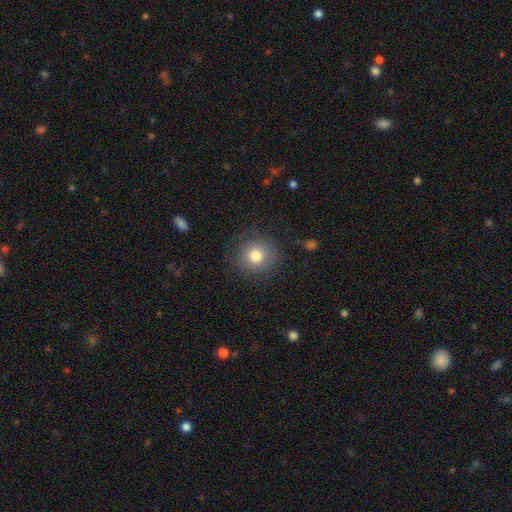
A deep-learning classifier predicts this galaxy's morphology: The model was most divided on "smooth or featured": smooth: 76%, featured or disk: 13%, star or artifact: 10%. More confident: how rounded — round (91%); merging — none (81%).